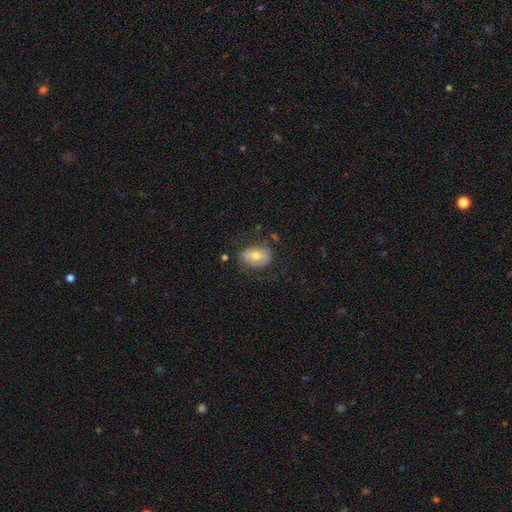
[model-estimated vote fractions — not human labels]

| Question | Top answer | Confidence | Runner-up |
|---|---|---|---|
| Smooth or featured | smooth | 59% | featured or disk (33%) |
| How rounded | in between | 76% | round (23%) |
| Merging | none | 69% | minor disturbance (18%) |